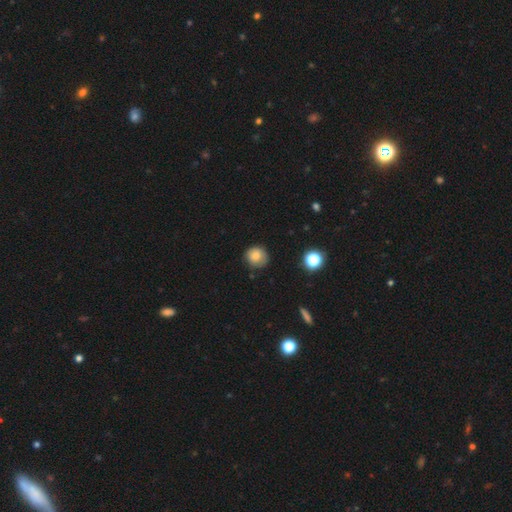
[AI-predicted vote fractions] This appears to be a smooth galaxy with no disk features (80%) that is round (90%). Merging: none (80%).